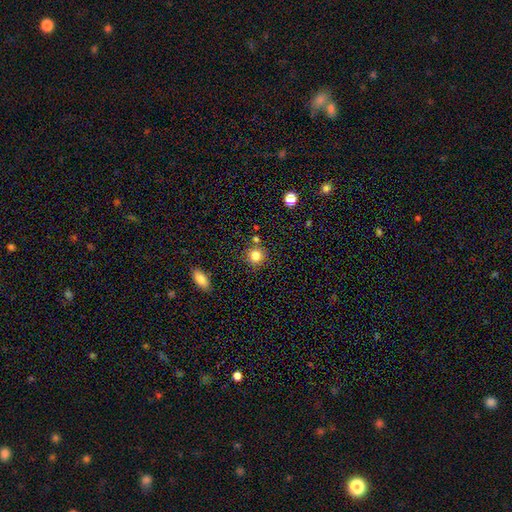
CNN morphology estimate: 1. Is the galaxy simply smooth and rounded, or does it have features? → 81% smooth, 11% star or artifact, 7% featured or disk.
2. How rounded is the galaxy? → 90% round, 9% in between, 1% cigar-shaped.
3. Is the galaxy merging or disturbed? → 81% none, 9% minor disturbance, 8% merger, 3% major disturbance.